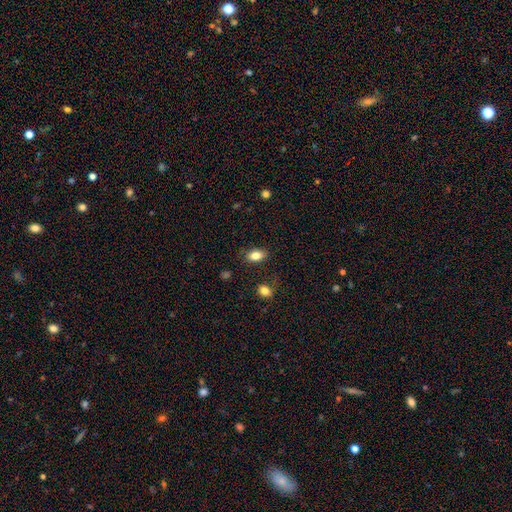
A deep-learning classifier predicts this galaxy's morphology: Smooth or featured?
  - smooth: 82% *
  - featured or disk: 9%
  - star or artifact: 9%
How rounded?
  - in between: 86% *
  - round: 10%
  - cigar-shaped: 3%
Merging?
  - none: 83% *
  - minor disturbance: 12%
  - major disturbance: 3%
  - merger: 2%